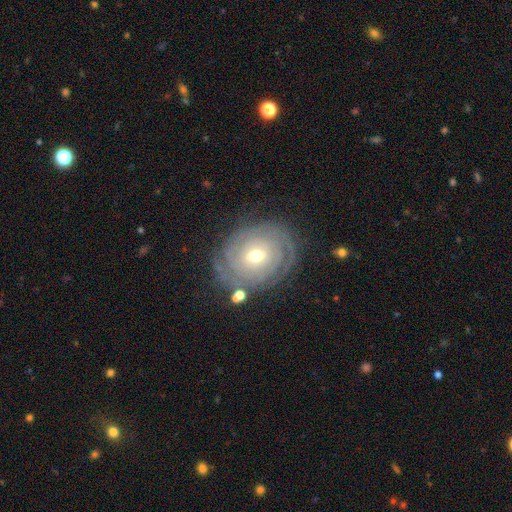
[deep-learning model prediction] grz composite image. It shows a featured or disk galaxy (83%) with no bar (49%), tight (85%) spiral arms (94%) and a moderate central bulge (61%). Merging: none (79%).